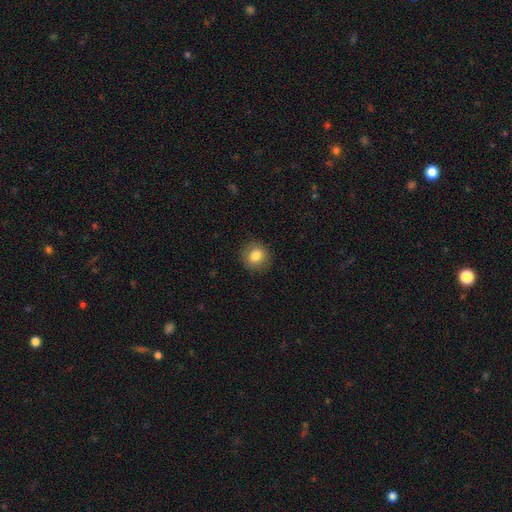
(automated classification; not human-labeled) Overall: smooth (84%). How rounded: round (84%). Merging: none (89%).